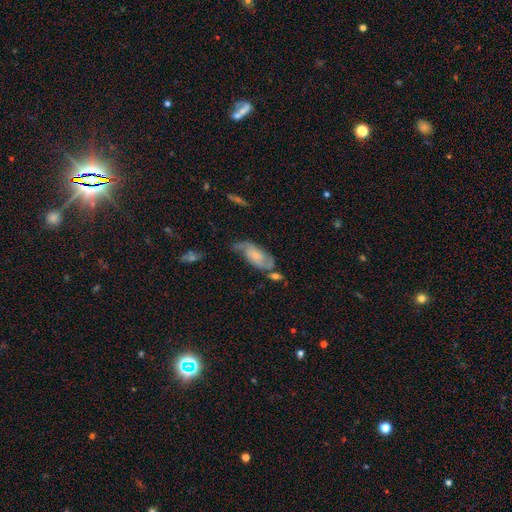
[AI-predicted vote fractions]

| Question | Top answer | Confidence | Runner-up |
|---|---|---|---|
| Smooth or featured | featured or disk | 70% | smooth (23%) |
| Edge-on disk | no | 93% | yes (7%) |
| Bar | no | 67% | weak (27%) |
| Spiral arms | yes | 91% | no (9%) |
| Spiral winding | medium | 42% | loose (29%) |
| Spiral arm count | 2 | 77% | can't tell (12%) |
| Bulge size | small | 64% | moderate (28%) |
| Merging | none | 51% | minor disturbance (25%) |